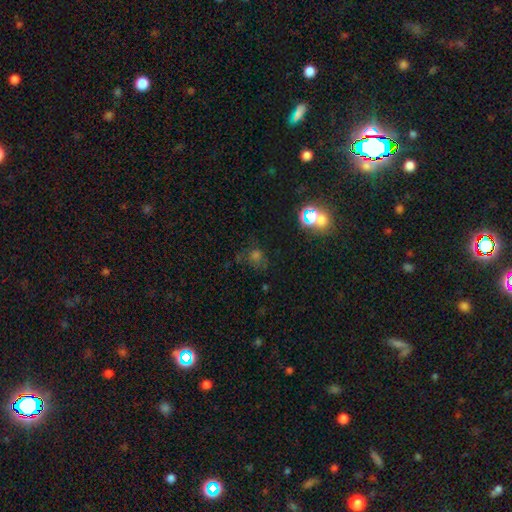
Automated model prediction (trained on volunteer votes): A smooth galaxy with no disk features (43%, tied with star or artifact). Merging: none (62%).